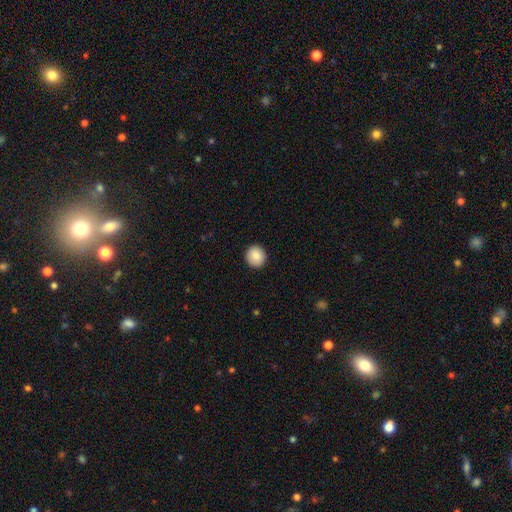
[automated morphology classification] Smooth or featured? smooth (87%)
How rounded? round (87%)
Merging? none (92%)